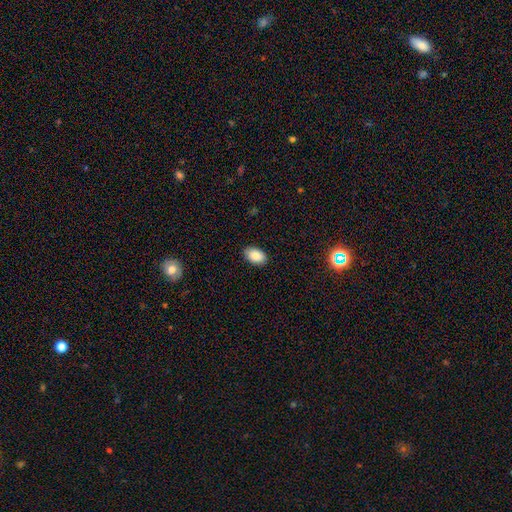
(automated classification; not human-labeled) A smooth galaxy with no disk features (88%) that is in between round and cigar-shaped (91%). Merging: none (86%).